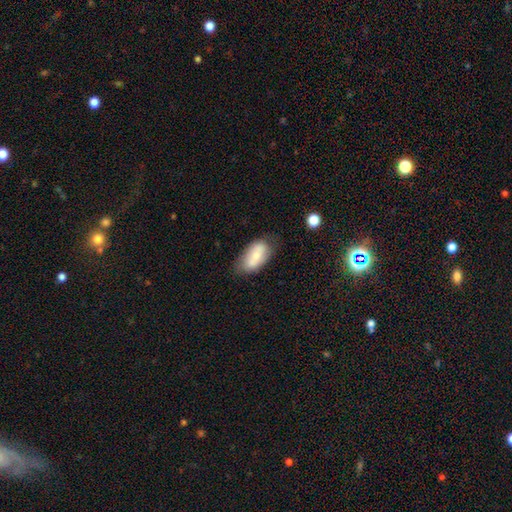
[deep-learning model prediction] smooth-or-featured: smooth: 66% | featured or disk: 27% | star or artifact: 7%
  how-rounded: in between: 93% | round: 4% | cigar-shaped: 4%
  merging: none: 65% | minor disturbance: 24% | major disturbance: 6% | merger: 4%